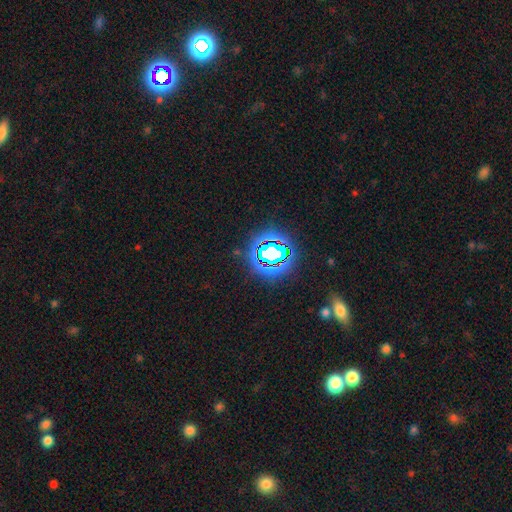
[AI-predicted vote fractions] Overall: star or artifact (79%).